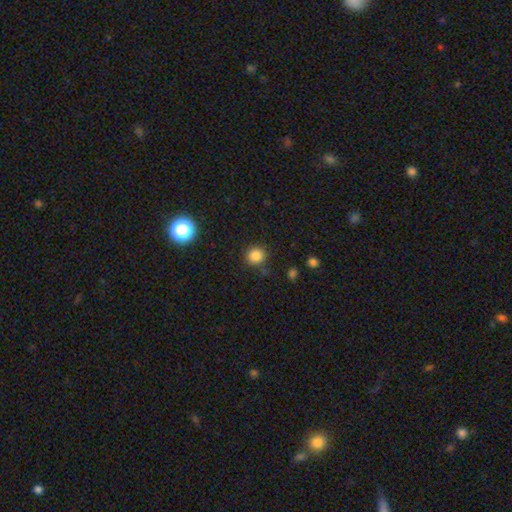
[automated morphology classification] This is clearly a smooth galaxy (82%). How rounded: clearly round (90%). Merging: clearly none (82%).